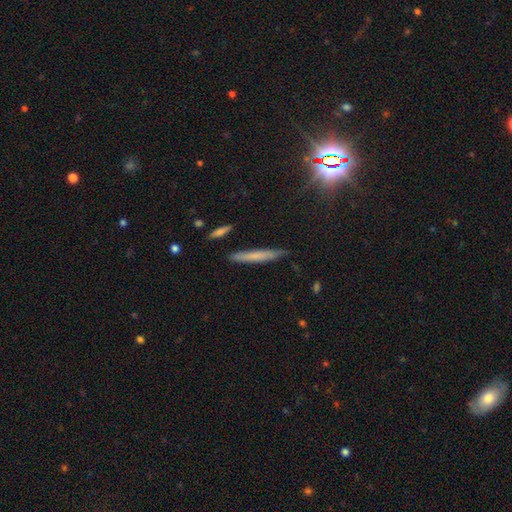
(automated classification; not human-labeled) Morphology: type=smooth (60%); roundness=cigar-shaped (95%); merging=none (85%).